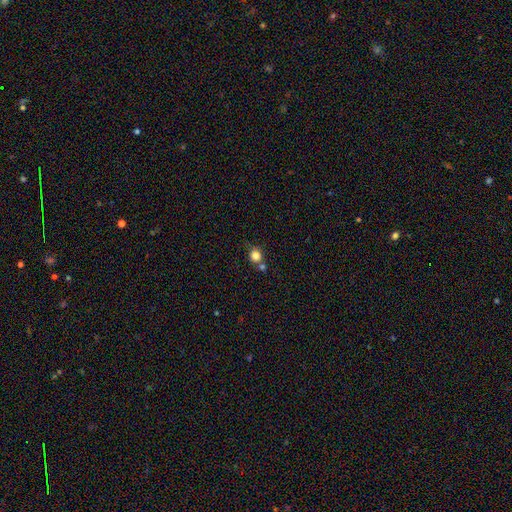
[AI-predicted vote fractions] This is clearly a smooth galaxy (82%). How rounded: clearly round (84%). Merging: likely none (61%).